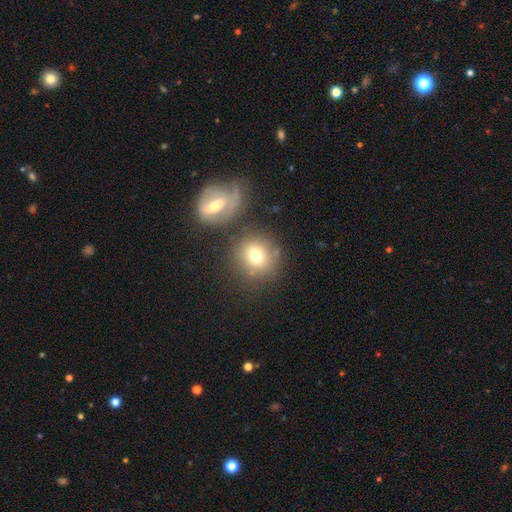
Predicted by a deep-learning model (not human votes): Morphology: type=smooth (73%); roundness=round (83%); merging=none (68%).